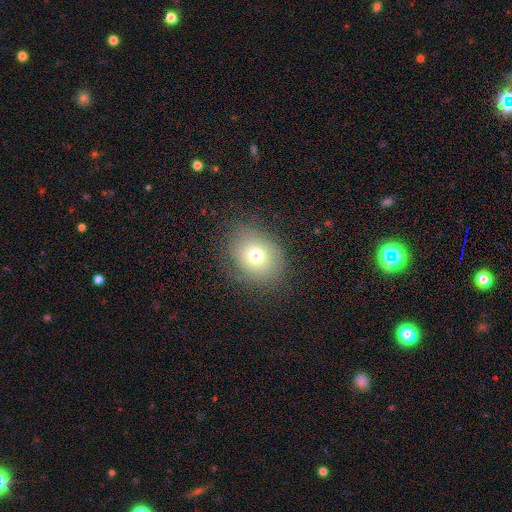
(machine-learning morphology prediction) The model was most divided on "how rounded": round: 50%, in between: 49%, cigar-shaped: 1%. More confident: merging — none (81%); smooth or featured — smooth (72%).